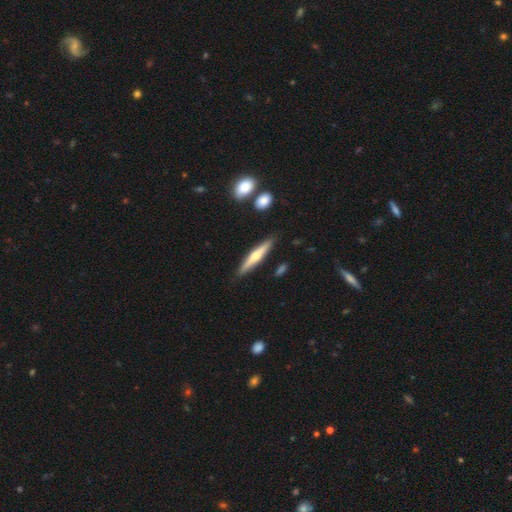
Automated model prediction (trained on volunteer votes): This appears to be a featured or disk galaxy (53%) viewed edge-on (95%) with a rounded central bulge (85%). Merging: none (87%).